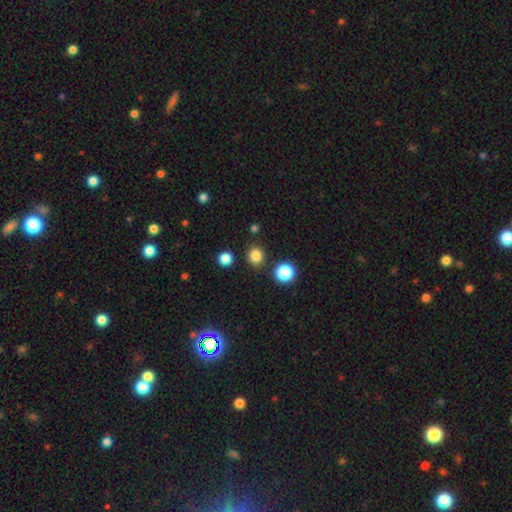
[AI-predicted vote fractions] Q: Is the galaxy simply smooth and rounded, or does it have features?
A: smooth — 82%.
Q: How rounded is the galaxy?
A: round — 77%.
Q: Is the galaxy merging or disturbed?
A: none — 86%.